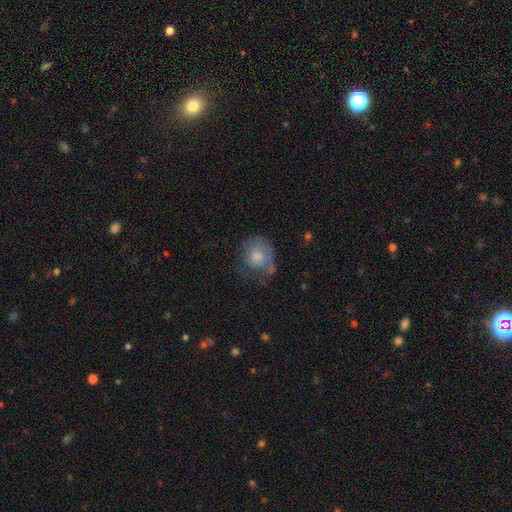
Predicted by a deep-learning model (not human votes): This is possibly a smooth galaxy (49%). Merging: possibly none (46%).